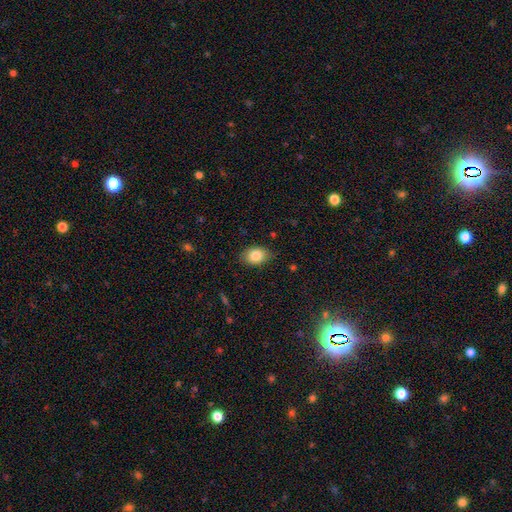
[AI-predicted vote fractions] Q: Smooth or featured?
A: smooth (84%); runner-up: star or artifact (8%)
Q: How rounded?
A: in between (72%); runner-up: round (27%)
Q: Merging?
A: none (81%); runner-up: minor disturbance (15%)